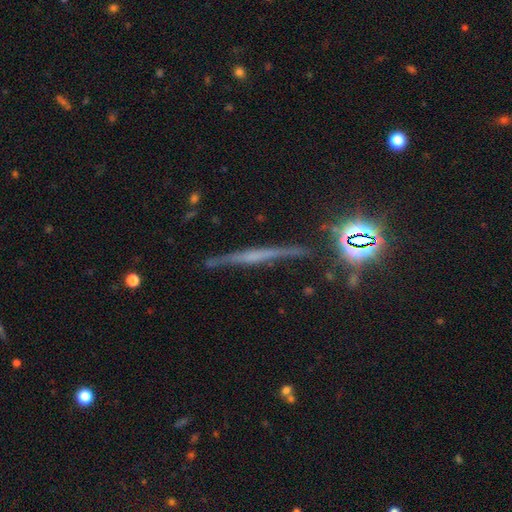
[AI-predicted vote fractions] The model was most divided on "edge-on bulge": none: 47%, rounded: 30%, boxy: 23%. More confident: edge-on disk — yes (95%); merging — none (83%); smooth or featured — featured or disk (56%).